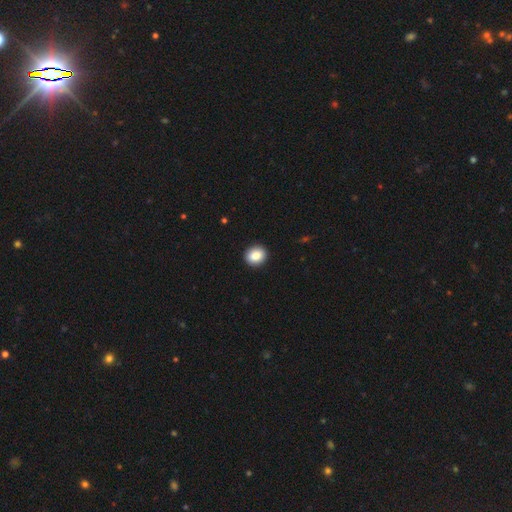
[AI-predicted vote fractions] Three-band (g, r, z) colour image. It shows a smooth galaxy with no disk features (86%) that is round (68%). Merging: none (92%).